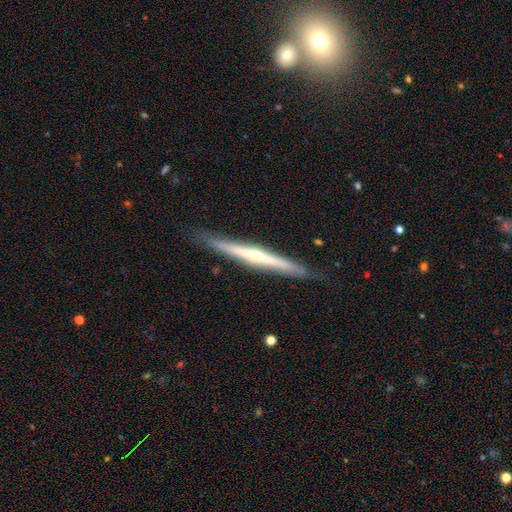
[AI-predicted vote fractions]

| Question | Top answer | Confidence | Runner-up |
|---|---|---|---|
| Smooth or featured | featured or disk | 75% | smooth (19%) |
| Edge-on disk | yes | 97% | no (3%) |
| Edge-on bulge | rounded | 66% | none (29%) |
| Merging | none | 87% | minor disturbance (10%) |